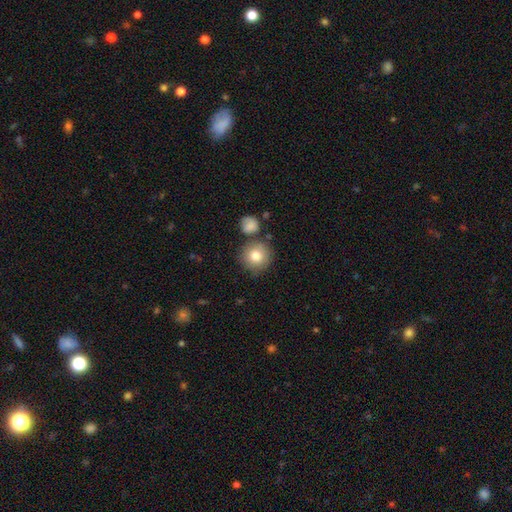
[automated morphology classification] This is clearly a smooth galaxy (80%). How rounded: clearly round (93%). Merging: likely none (77%).